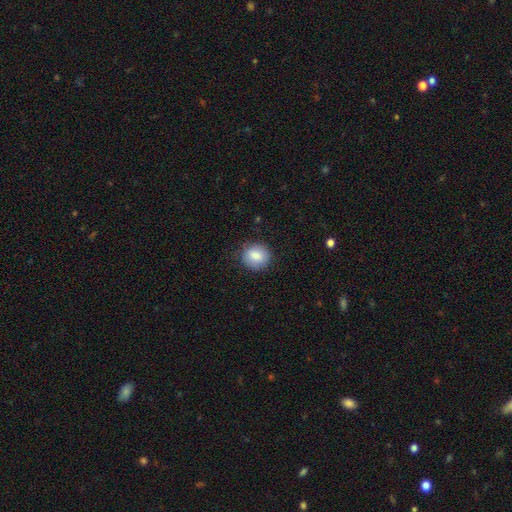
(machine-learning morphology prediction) This is clearly a smooth galaxy (85%). How rounded: clearly round (84%). Merging: clearly none (85%).